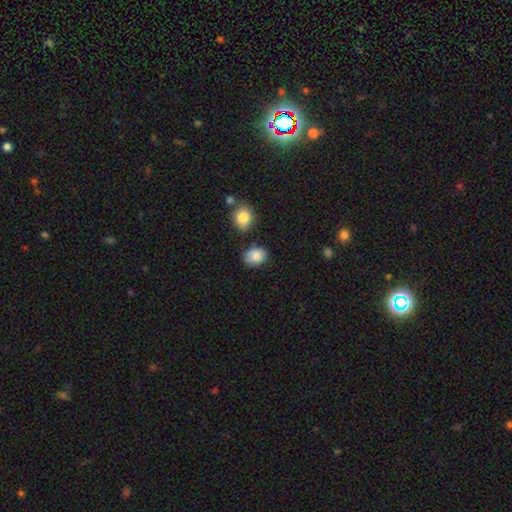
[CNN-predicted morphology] Smooth or featured: smooth — 86% (star or artifact — 8%)
How rounded: in between — 57% (round — 42%)
Merging: none — 76% (minor disturbance — 15%)